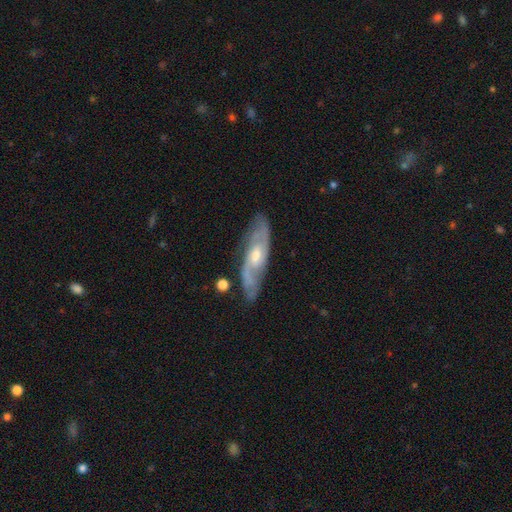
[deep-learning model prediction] Smooth or featured: featured or disk — 73% (smooth — 18%)
Edge-on disk: no — 73% (yes — 27%)
Bar: no — 66% (weak — 27%)
Spiral arms: yes — 83% (no — 17%)
Bulge size: moderate — 67% (small — 23%)
Merging: none — 78% (minor disturbance — 15%)